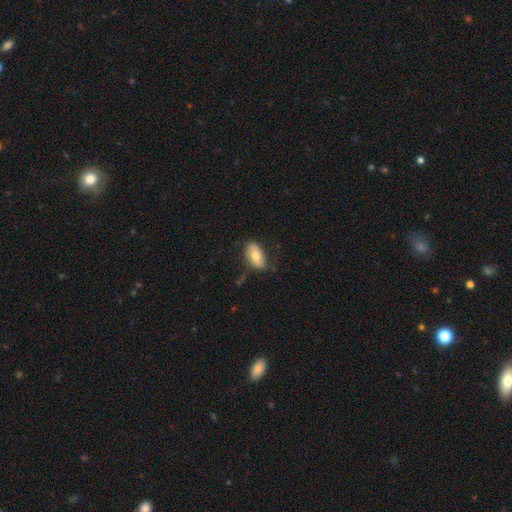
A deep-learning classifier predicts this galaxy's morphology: Smooth or featured? Predicted: smooth (p=0.68). How rounded? Predicted: in between (p=0.92). Merging? Predicted: none (p=0.69).